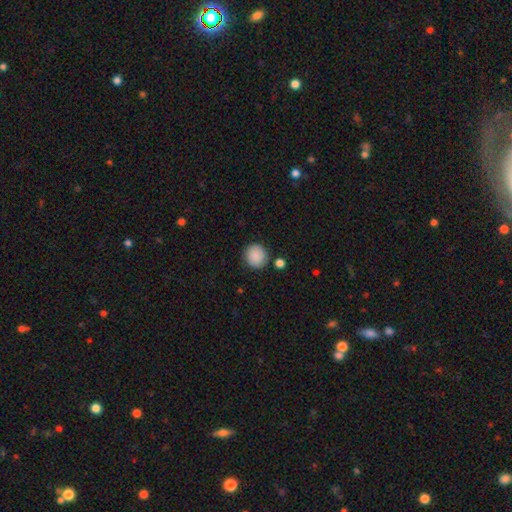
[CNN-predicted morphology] Overall: smooth (88%). How rounded: round (91%). Merging: none (84%).